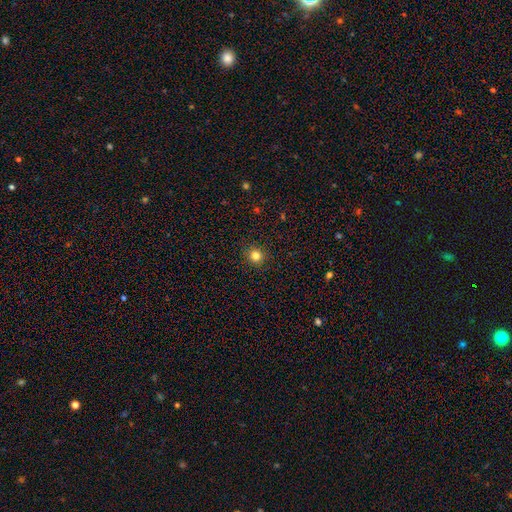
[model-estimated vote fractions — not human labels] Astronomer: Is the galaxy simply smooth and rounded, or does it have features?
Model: smooth — 82%.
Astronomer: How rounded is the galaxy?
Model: round — 92%.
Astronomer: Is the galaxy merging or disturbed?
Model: none — 92%.